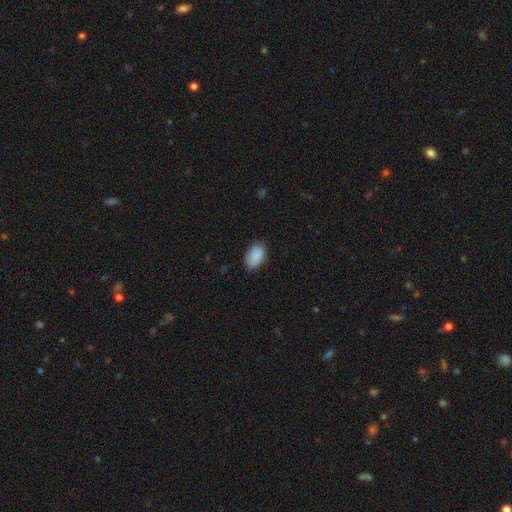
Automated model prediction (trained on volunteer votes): A smooth galaxy with no disk features (89%) that is in between round and cigar-shaped (90%). Merging: none (81%).